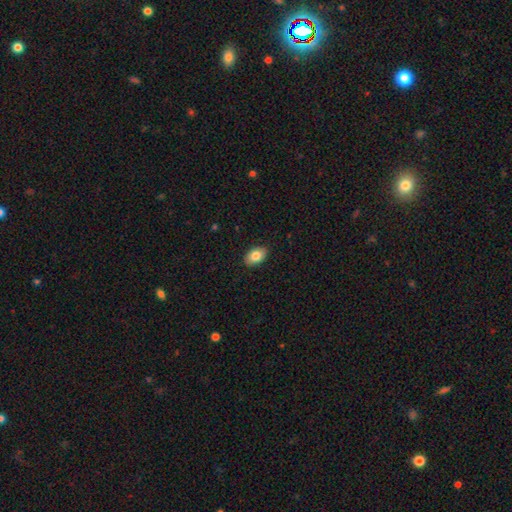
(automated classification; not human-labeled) Smooth or featured?
  - smooth: 83% *
  - featured or disk: 9%
  - star or artifact: 7%
How rounded?
  - in between: 89% *
  - round: 10%
  - cigar-shaped: 1%
Merging?
  - none: 90% *
  - minor disturbance: 8%
  - major disturbance: 2%
  - merger: 1%